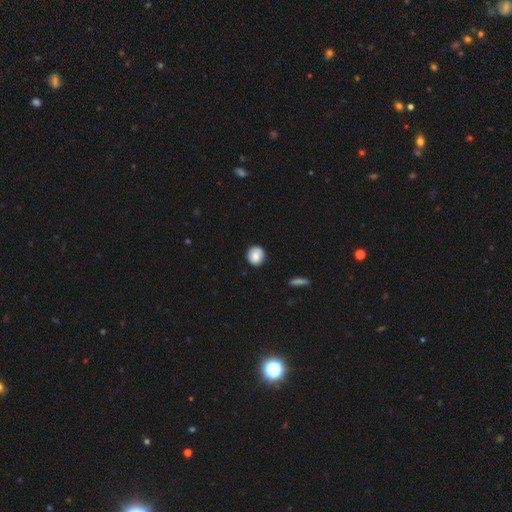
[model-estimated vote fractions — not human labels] smooth_or_featured: smooth (p=0.82) [alt: featured or disk p=0.11]
how_rounded: round (p=0.83) [alt: in between p=0.15]
merging: none (p=0.87) [alt: minor disturbance p=0.10]